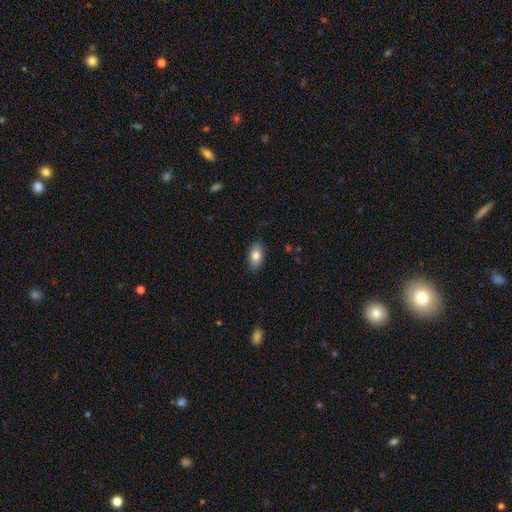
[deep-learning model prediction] Overall: smooth (82%). How rounded: in between (91%). Merging: none (88%).